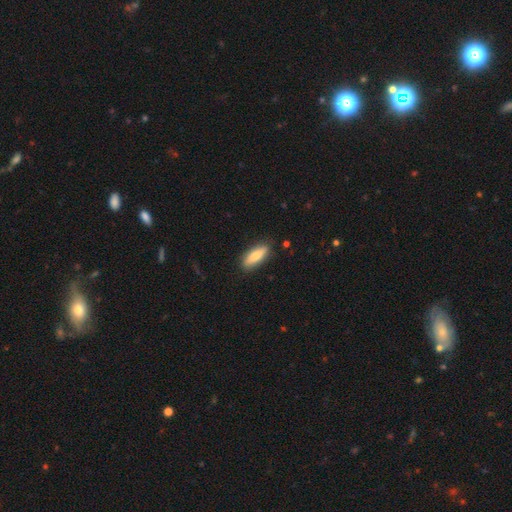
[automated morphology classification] smooth-or-featured: smooth: 73% | featured or disk: 21% | star or artifact: 6%
  how-rounded: in between: 52% | cigar-shaped: 45% | round: 2%
  merging: none: 85% | minor disturbance: 11% | major disturbance: 2% | merger: 1%